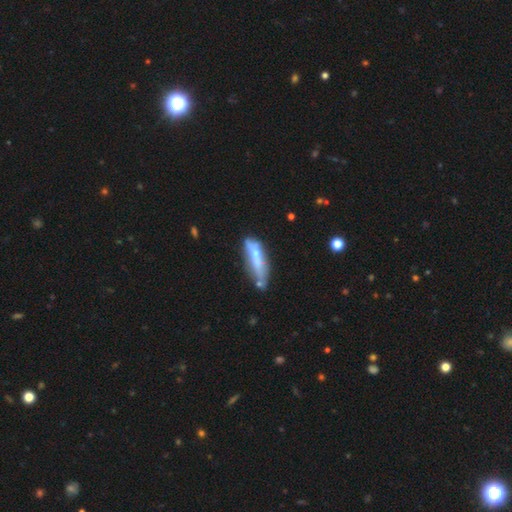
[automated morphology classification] A smooth galaxy with no disk features (51%) that is cigar-shaped (59%). Merging: none (41%).